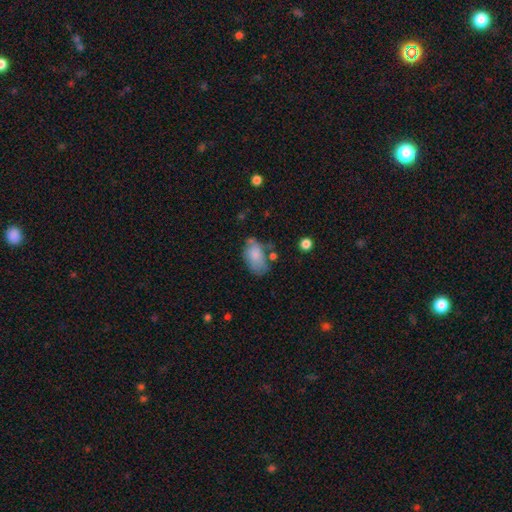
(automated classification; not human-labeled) smooth 76%, featured or disk 17%, star or artifact 8%. Down the decision tree: how rounded — in between (91%); merging — none (45%).